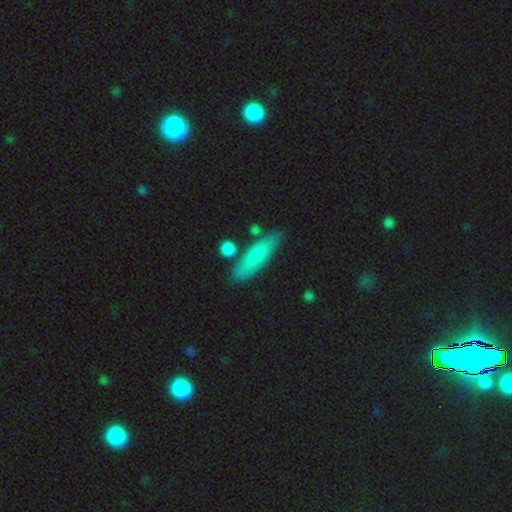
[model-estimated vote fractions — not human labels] Morphology: type=smooth (79%); roundness=cigar-shaped (65%); merging=none (78%).